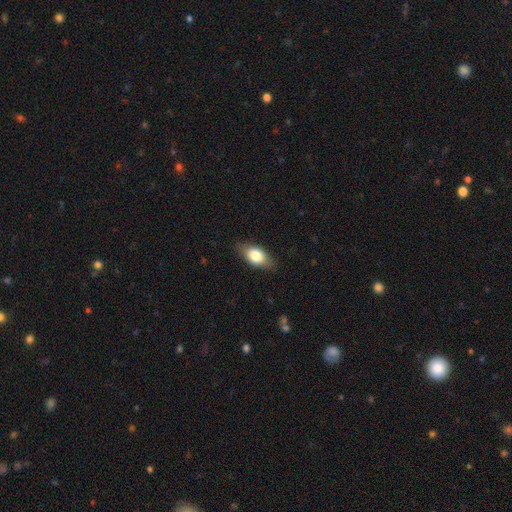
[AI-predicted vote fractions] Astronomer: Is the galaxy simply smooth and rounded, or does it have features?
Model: smooth — 75%.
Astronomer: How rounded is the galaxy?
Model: in between — 87%.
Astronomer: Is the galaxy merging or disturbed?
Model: none — 82%.